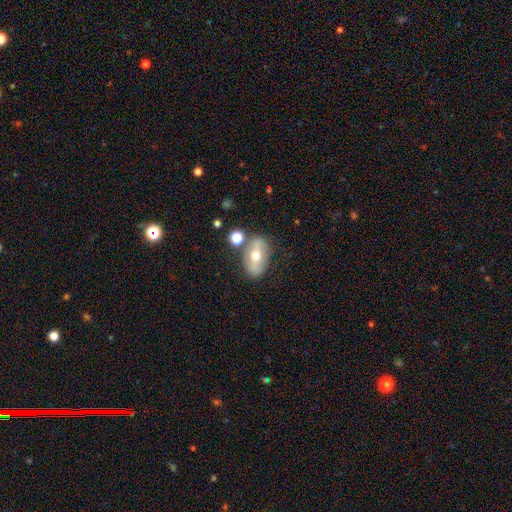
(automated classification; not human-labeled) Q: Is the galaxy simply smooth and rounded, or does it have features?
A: featured or disk — 47%.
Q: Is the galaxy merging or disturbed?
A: none — 70%.